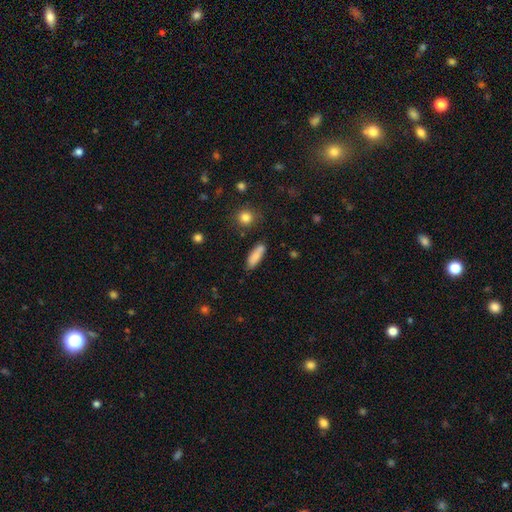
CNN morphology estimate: A smooth galaxy with no disk features (82%) that is in between round and cigar-shaped (55%). Merging: none (72%).